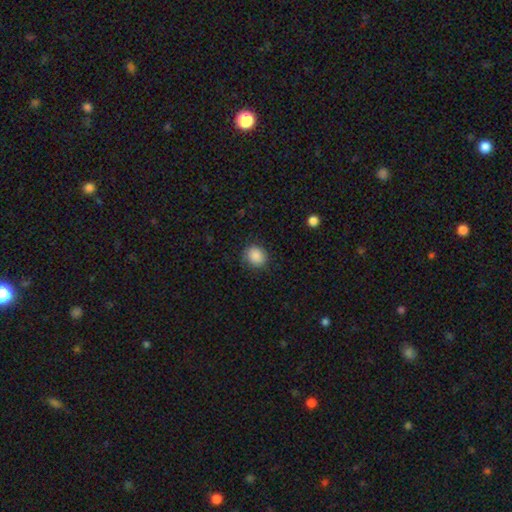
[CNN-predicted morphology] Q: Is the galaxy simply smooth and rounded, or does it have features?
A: smooth — 88%.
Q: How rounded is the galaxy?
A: round — 73%.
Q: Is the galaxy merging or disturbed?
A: none — 82%.